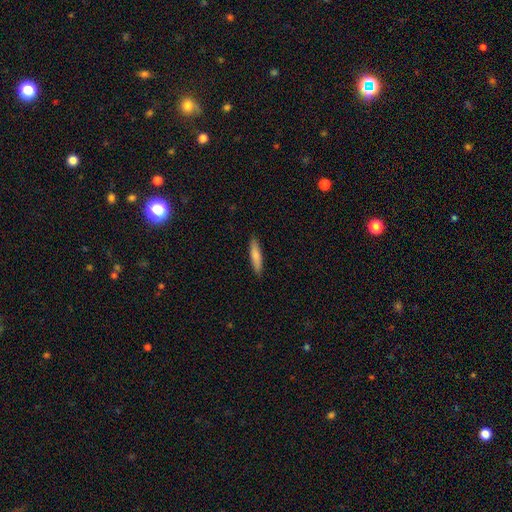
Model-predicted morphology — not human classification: smooth-or-featured: smooth: 80% | featured or disk: 15% | star or artifact: 5%
  how-rounded: cigar-shaped: 83% | in between: 15% | round: 1%
  merging: none: 90% | minor disturbance: 7% | major disturbance: 2% | merger: 1%